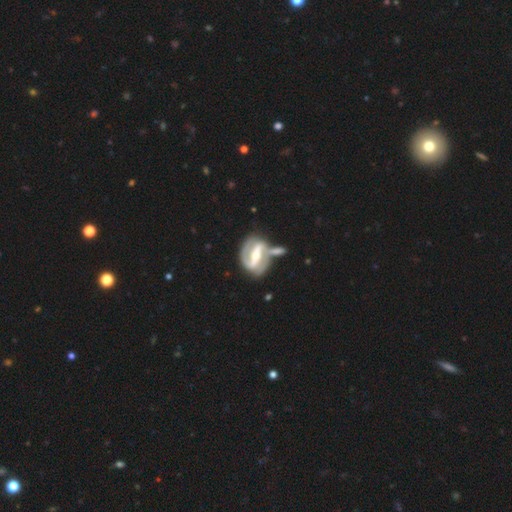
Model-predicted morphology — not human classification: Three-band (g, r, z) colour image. It shows a featured or disk galaxy (86%) with a strong bar (71%), 2 (85%) medium (45%) spiral arms (89%) and a moderate central bulge (56%). Merging: none (47%).